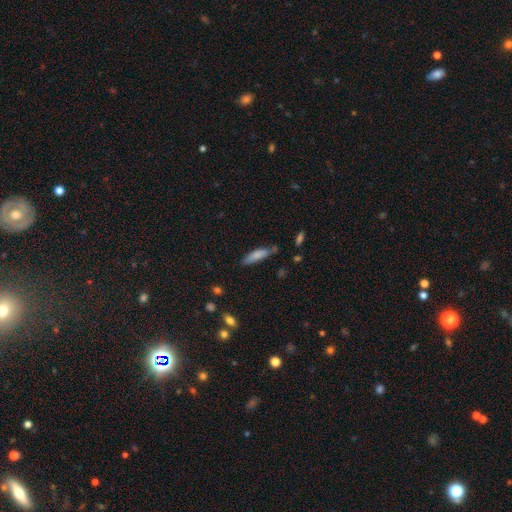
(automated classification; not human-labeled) This is likely a smooth galaxy (77%). How rounded: likely cigar-shaped (67%). Merging: likely none (65%).